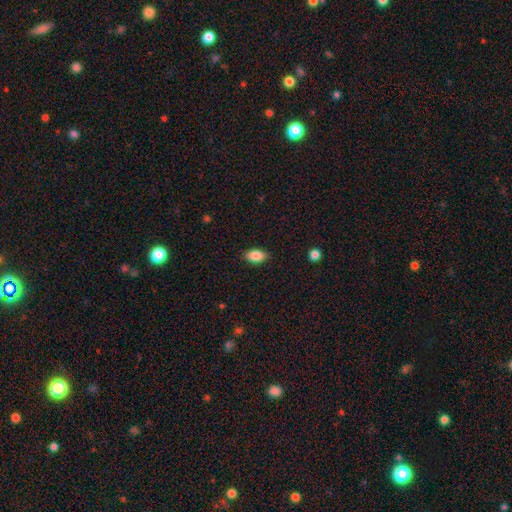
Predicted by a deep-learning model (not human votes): Q: Smooth or featured?
A: smooth (86%); runner-up: star or artifact (8%)
Q: How rounded?
A: in between (91%); runner-up: round (6%)
Q: Merging?
A: none (87%); runner-up: minor disturbance (10%)